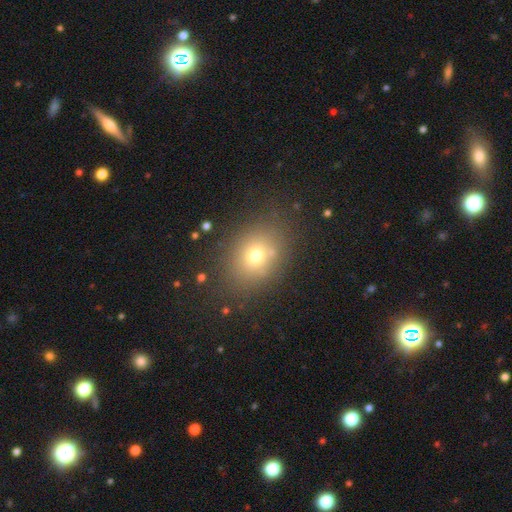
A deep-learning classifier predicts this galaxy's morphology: smooth_or_featured: smooth (p=0.70) [alt: star or artifact p=0.17]
how_rounded: in between (p=0.50) [alt: round p=0.48]
merging: none (p=0.79) [alt: minor disturbance p=0.11]